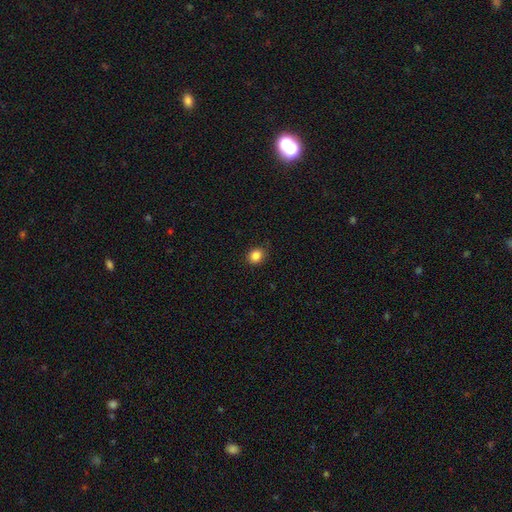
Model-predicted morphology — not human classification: type=smooth (85%); roundness=round (68%); merging=none (88%).